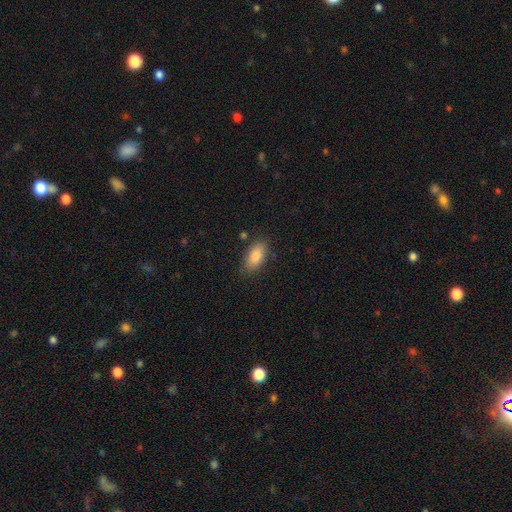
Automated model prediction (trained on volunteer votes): A smooth galaxy with no disk features (84%) that is in between round and cigar-shaped (91%).

Vote fractions:
- Smooth or featured? smooth: 84% / featured or disk: 9% / star or artifact: 7%
- How rounded? in between: 91% / cigar-shaped: 6% / round: 4%
- Merging? none: 81% / minor disturbance: 13% / major disturbance: 3% / merger: 2%